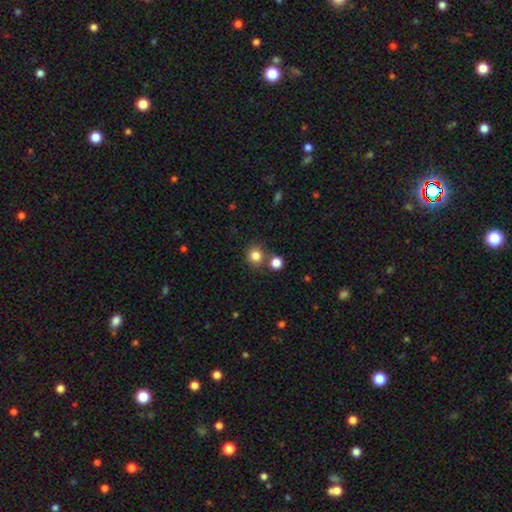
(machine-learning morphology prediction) A smooth galaxy with no disk features (81%) that is round (88%). Merging: none (75%).